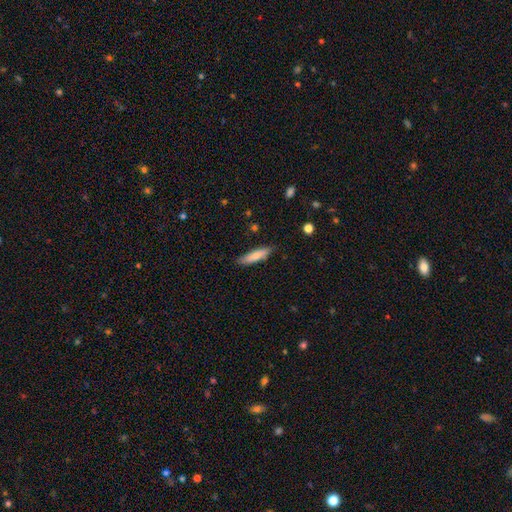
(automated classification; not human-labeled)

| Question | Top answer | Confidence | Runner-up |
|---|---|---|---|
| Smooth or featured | smooth | 80% | featured or disk (14%) |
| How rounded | cigar-shaped | 73% | in between (25%) |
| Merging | none | 84% | minor disturbance (13%) |